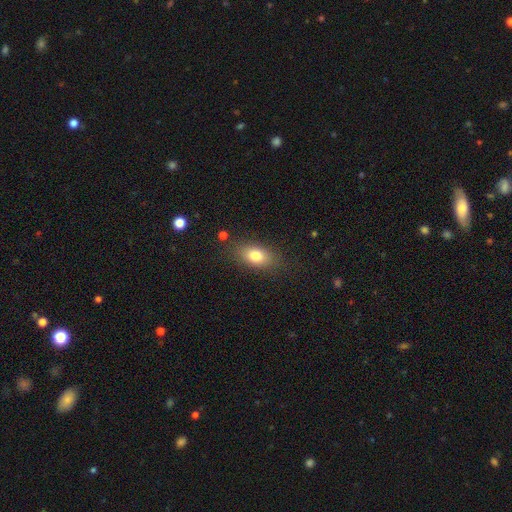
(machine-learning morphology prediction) Q: Smooth or featured?
A: smooth (79%); runner-up: featured or disk (12%)
Q: How rounded?
A: in between (83%); runner-up: round (13%)
Q: Merging?
A: none (81%); runner-up: minor disturbance (12%)